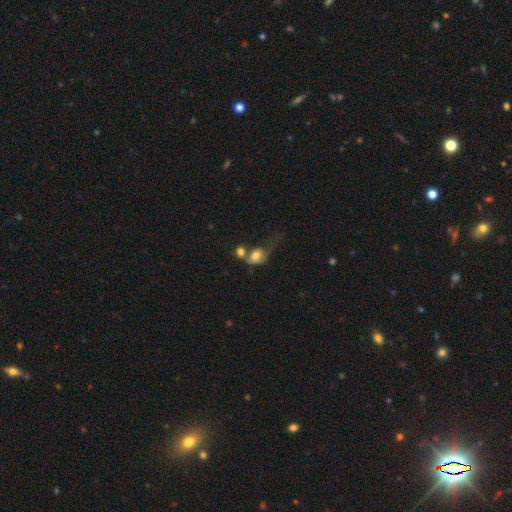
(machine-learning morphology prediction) The model was most divided on "how rounded": in between: 50%, round: 49%, cigar-shaped: 2%. Remaining: smooth or featured — smooth (71%); merging — merger (43%).